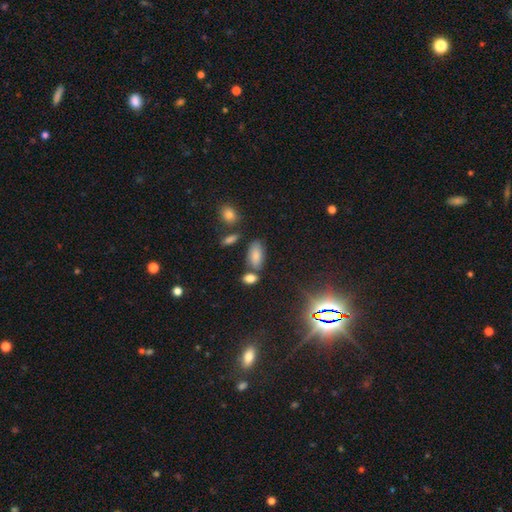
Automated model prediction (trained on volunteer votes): smooth 80%, star or artifact 11%, featured or disk 9%. Down the decision tree: how rounded — in between (92%); merging — none (66%).